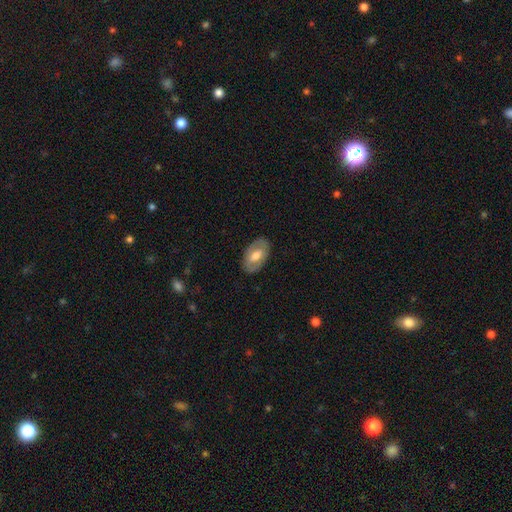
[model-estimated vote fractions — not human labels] smooth_or_featured: smooth (p=0.49) [alt: featured or disk p=0.46]
merging: none (p=0.84) [alt: minor disturbance p=0.12]